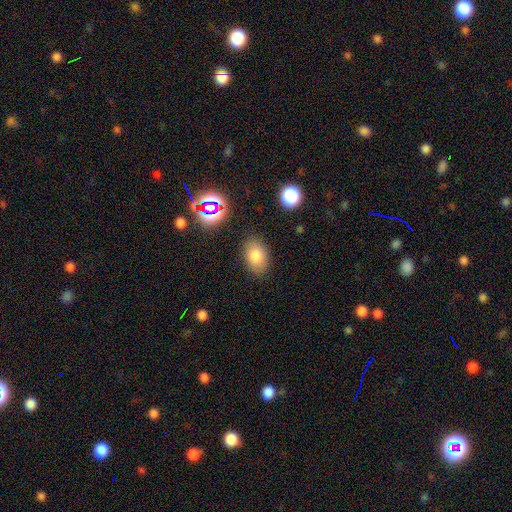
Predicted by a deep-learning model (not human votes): smooth 80%, star or artifact 11%, featured or disk 9%. Down the decision tree: how rounded — in between (87%); merging — none (84%).